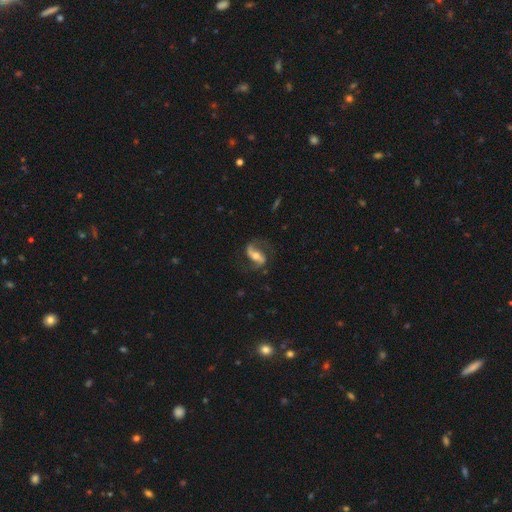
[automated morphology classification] type=featured or disk (83%); edge-on=no (95%); bar=strong (44%); spiral arms=yes (94%); winding=loose (51%); arm count=2 (91%); bulge=moderate (63%); merging=none (72%).